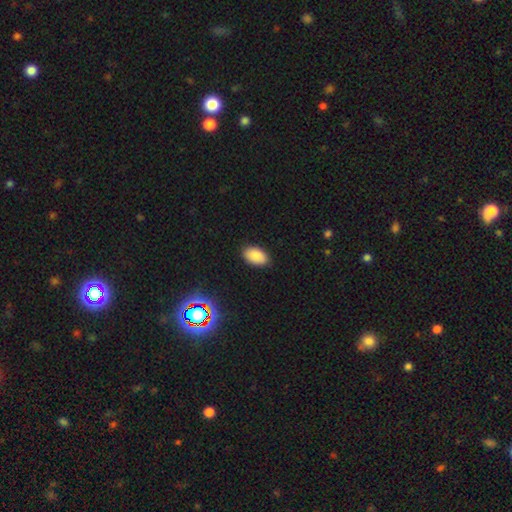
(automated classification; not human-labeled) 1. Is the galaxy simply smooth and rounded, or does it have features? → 86% smooth, 9% star or artifact, 5% featured or disk.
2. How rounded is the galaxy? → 93% in between, 5% round, 1% cigar-shaped.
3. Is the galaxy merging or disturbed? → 88% none, 9% minor disturbance, 2% major disturbance, 1% merger.